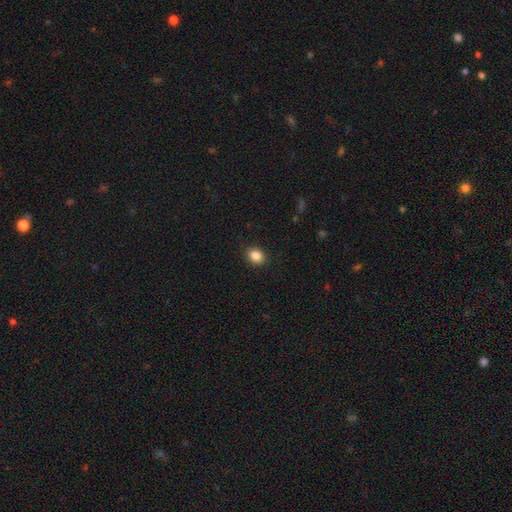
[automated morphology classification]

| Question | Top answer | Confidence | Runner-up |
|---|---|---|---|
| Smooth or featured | smooth | 87% | star or artifact (9%) |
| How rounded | in between | 57% | round (42%) |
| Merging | none | 89% | minor disturbance (8%) |